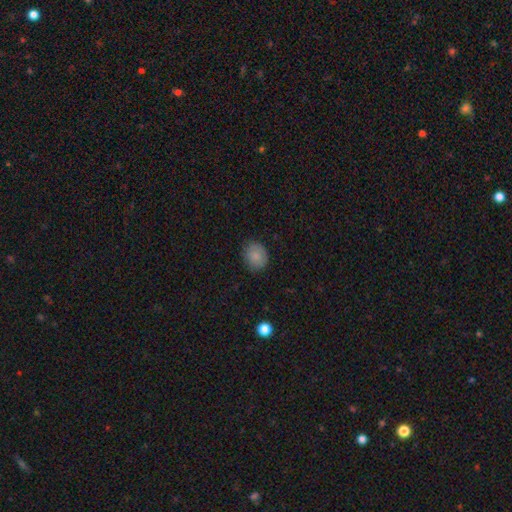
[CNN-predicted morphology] Smooth or featured: smooth — 84% (star or artifact — 8%)
How rounded: round — 76% (in between — 23%)
Merging: none — 82% (minor disturbance — 14%)